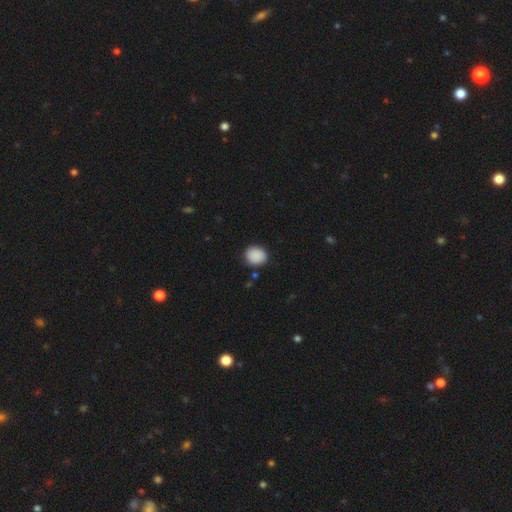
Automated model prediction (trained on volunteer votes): A smooth galaxy with no disk features (90%) that is round (69%). Merging: none (88%).